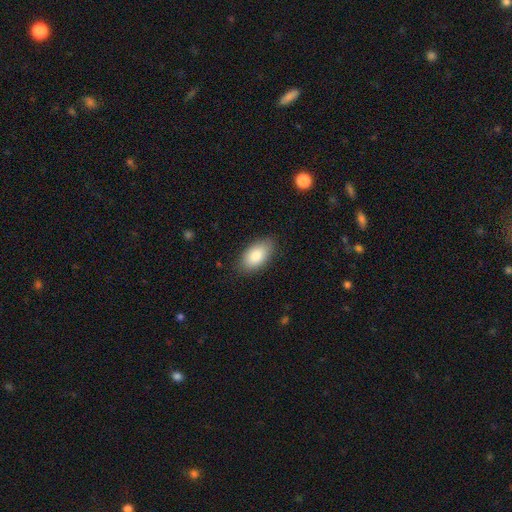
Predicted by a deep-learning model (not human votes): Smooth or featured?
  - smooth: 84% *
  - featured or disk: 10%
  - star or artifact: 6%
How rounded?
  - in between: 94% *
  - round: 4%
  - cigar-shaped: 2%
Merging?
  - none: 84% *
  - minor disturbance: 12%
  - major disturbance: 3%
  - merger: 1%